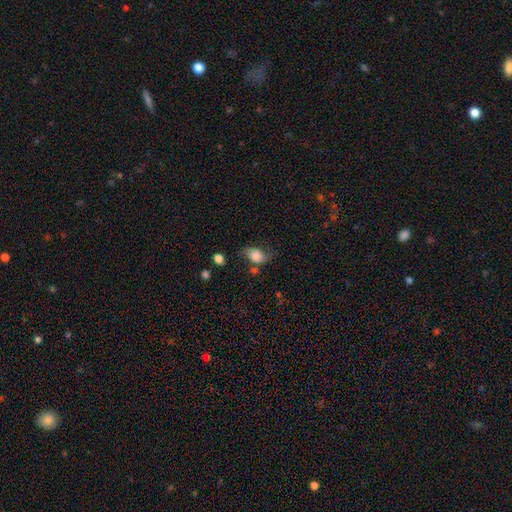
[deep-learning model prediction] A smooth galaxy with no disk features (64%) that is in between round and cigar-shaped (71%).

Vote fractions:
- Smooth or featured? smooth: 64% / featured or disk: 26% / star or artifact: 10%
- How rounded? in between: 71% / round: 28% / cigar-shaped: 2%
- Merging? none: 44% / minor disturbance: 31% / major disturbance: 18% / merger: 7%